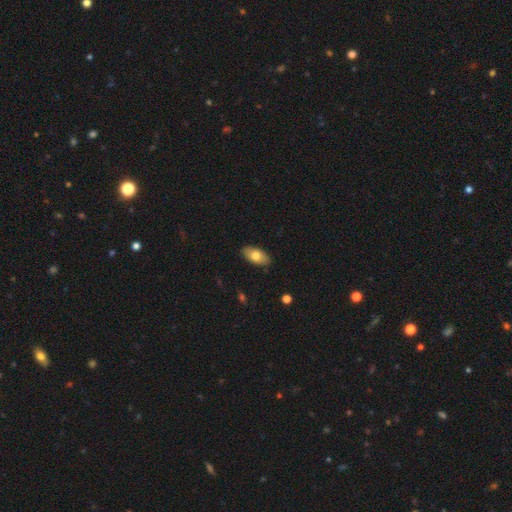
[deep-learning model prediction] Smooth or featured: smooth — 77% (featured or disk — 17%)
How rounded: in between — 92% (cigar-shaped — 4%)
Merging: none — 87% (minor disturbance — 10%)